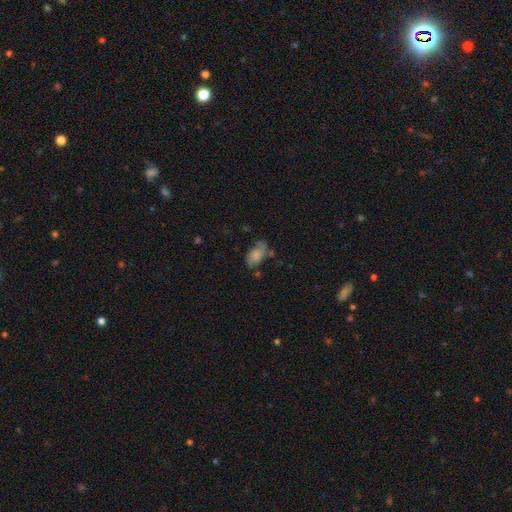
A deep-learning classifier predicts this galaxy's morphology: Q: Smooth or featured?
A: smooth (58%); runner-up: featured or disk (30%)
Q: How rounded?
A: in between (89%); runner-up: round (9%)
Q: Merging?
A: none (48%); runner-up: minor disturbance (29%)